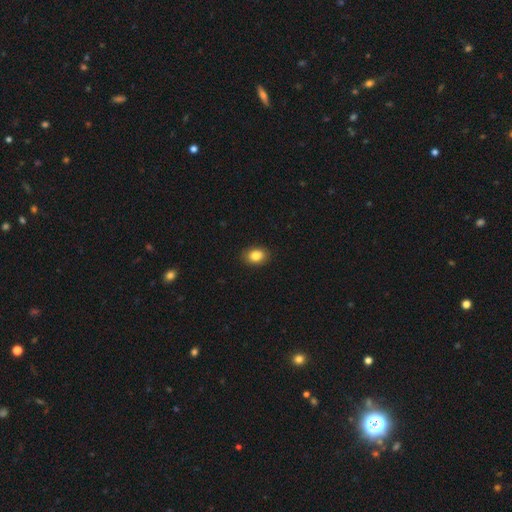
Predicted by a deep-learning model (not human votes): Q: Smooth or featured?
A: smooth (85%); runner-up: star or artifact (9%)
Q: How rounded?
A: in between (71%); runner-up: round (28%)
Q: Merging?
A: none (89%); runner-up: minor disturbance (8%)